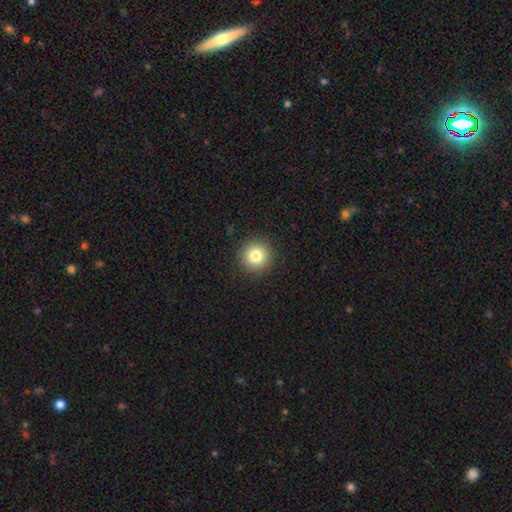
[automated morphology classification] smooth 82%, star or artifact 11%, featured or disk 7%. Down the decision tree: how rounded — round (95%); merging — none (92%).